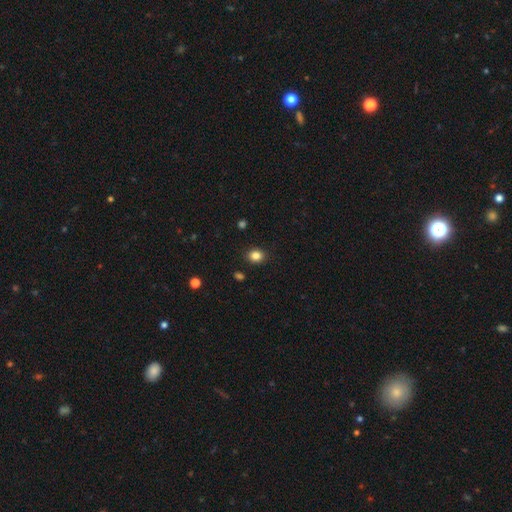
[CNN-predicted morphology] Smooth or featured? Predicted: smooth (p=0.84). How rounded? Predicted: round (p=0.64). Merging? Predicted: none (p=0.89).